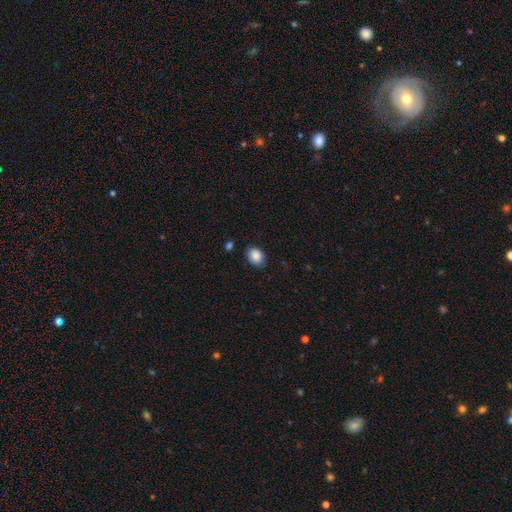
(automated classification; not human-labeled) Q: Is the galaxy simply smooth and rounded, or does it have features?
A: smooth — 86%.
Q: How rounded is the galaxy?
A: in between — 69%.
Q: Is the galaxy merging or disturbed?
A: none — 82%.